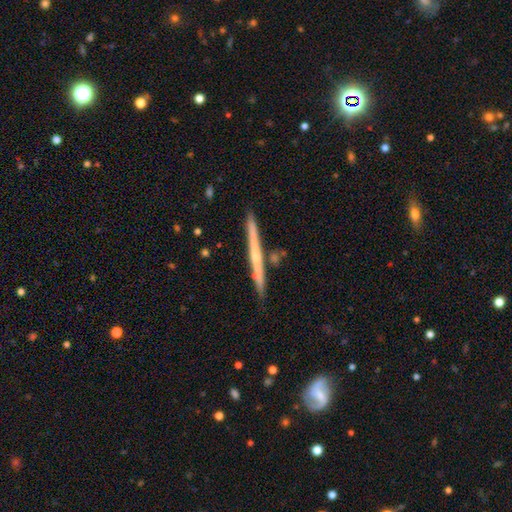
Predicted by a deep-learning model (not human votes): The model was most divided on "edge-on bulge": none: 56%, rounded: 39%, boxy: 4%. More confident: edge-on disk — yes (97%); merging — none (85%); smooth or featured — featured or disk (62%).